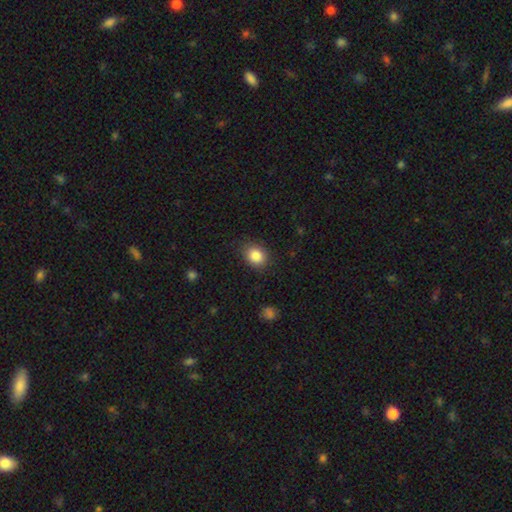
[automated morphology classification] A smooth galaxy with no disk features (86%) that is round (56%).

Vote fractions:
- Smooth or featured? smooth: 86% / star or artifact: 9% / featured or disk: 5%
- How rounded? round: 56% / in between: 43% / cigar-shaped: 1%
- Merging? none: 84% / minor disturbance: 12% / major disturbance: 3% / merger: 1%